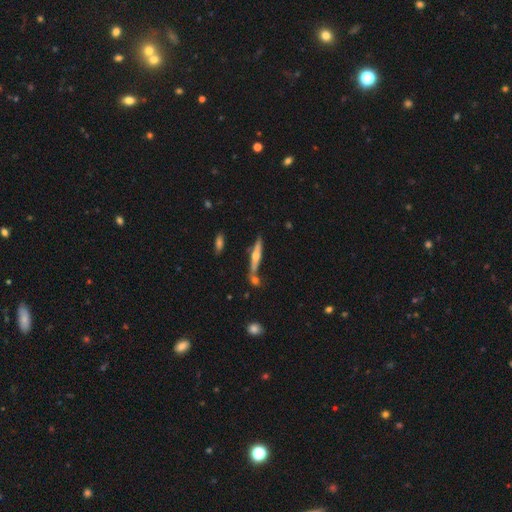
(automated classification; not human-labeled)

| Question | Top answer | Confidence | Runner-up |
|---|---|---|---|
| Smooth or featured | featured or disk | 67% | smooth (27%) |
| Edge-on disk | yes | 95% | no (5%) |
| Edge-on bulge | rounded | 90% | none (6%) |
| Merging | none | 69% | merger (15%) |